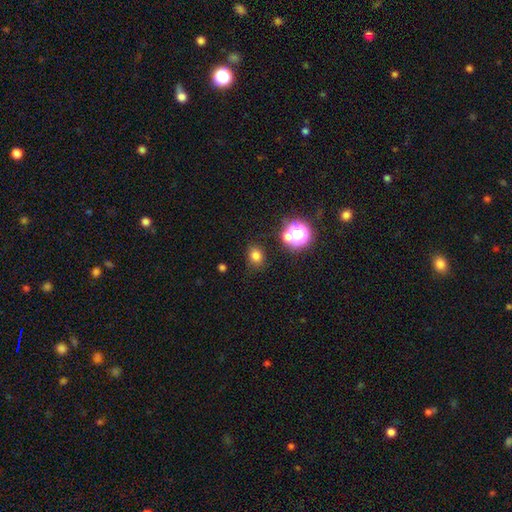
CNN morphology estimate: Smooth or featured?
  - smooth: 74% *
  - star or artifact: 20%
  - featured or disk: 6%
How rounded?
  - round: 56% *
  - in between: 42%
  - cigar-shaped: 1%
Merging?
  - none: 81% *
  - minor disturbance: 11%
  - merger: 4%
  - major disturbance: 4%